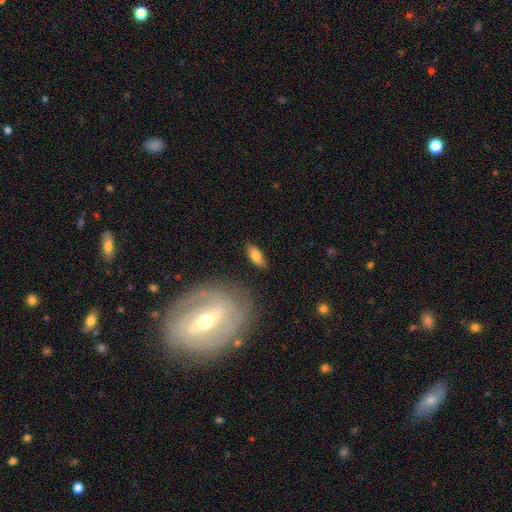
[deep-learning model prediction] Morphology: type=smooth (78%); roundness=in between (77%); merging=none (82%).